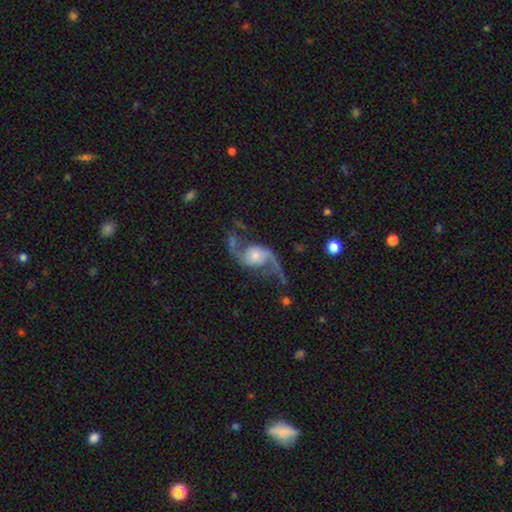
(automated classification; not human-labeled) This appears to be a featured or disk galaxy (90%) with no bar (63%), 2 (94%) loose (83%) spiral arms (97%) and a moderate central bulge (40%). Merging: none (65%).